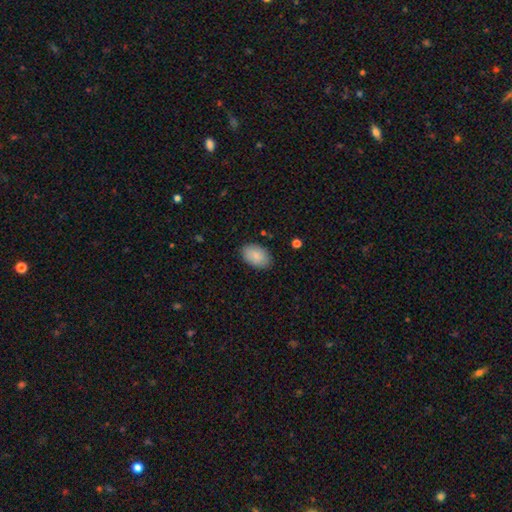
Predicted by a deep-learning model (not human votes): The model was most divided on "merging": none: 85%, minor disturbance: 11%, major disturbance: 3%, merger: 1%. More confident: how rounded — in between (90%); smooth or featured — smooth (87%).